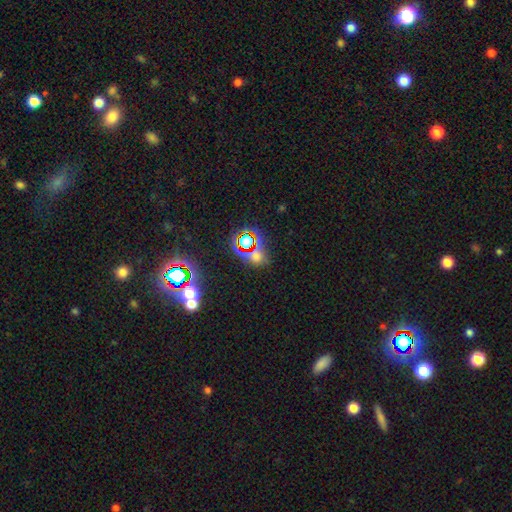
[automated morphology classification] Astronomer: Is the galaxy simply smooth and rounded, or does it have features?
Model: star or artifact — 53% (runner-up: smooth, 38%).